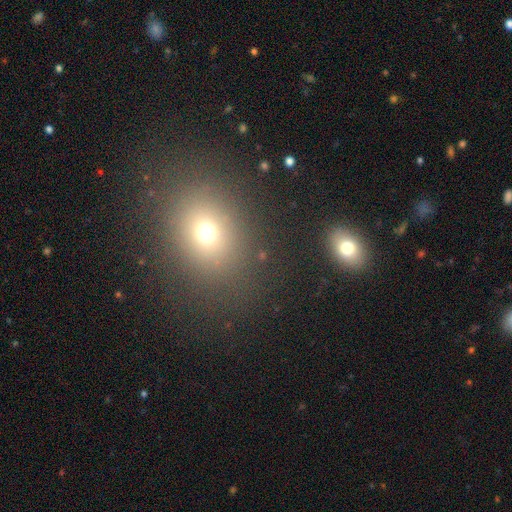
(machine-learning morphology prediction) Smooth or featured?
  - smooth: 65% *
  - star or artifact: 23%
  - featured or disk: 12%
How rounded?
  - in between: 52% *
  - round: 47%
  - cigar-shaped: 1%
Merging?
  - none: 82% *
  - minor disturbance: 9%
  - major disturbance: 5%
  - merger: 4%